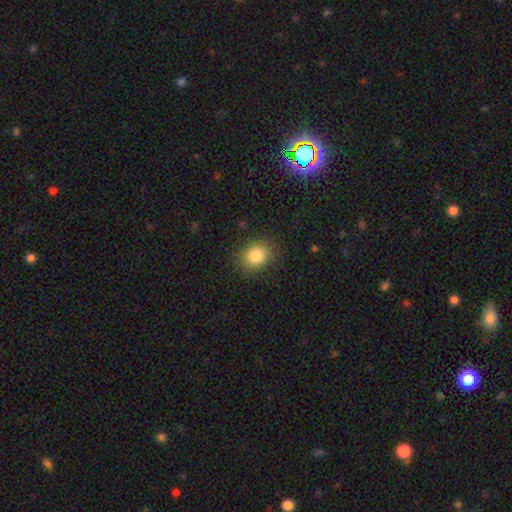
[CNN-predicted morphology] This appears to be a smooth galaxy with no disk features (85%) that is round (51%). Merging: none (84%).